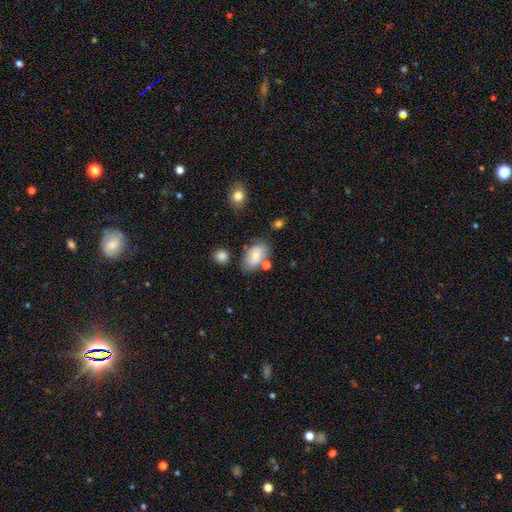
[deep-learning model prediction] Q: Smooth or featured?
A: smooth (68%); runner-up: featured or disk (24%)
Q: How rounded?
A: in between (89%); runner-up: round (9%)
Q: Merging?
A: none (60%); runner-up: minor disturbance (22%)